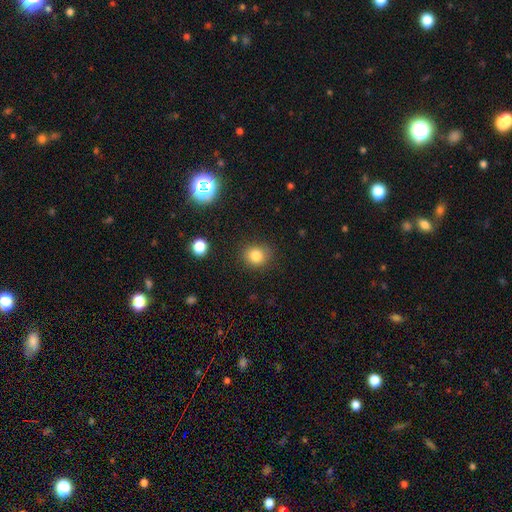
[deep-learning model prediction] A smooth galaxy with no disk features (81%) that is round (76%).

Vote fractions:
- Smooth or featured? smooth: 81% / star or artifact: 12% / featured or disk: 6%
- How rounded? round: 76% / in between: 23% / cigar-shaped: 1%
- Merging? none: 85% / minor disturbance: 10% / major disturbance: 3% / merger: 2%